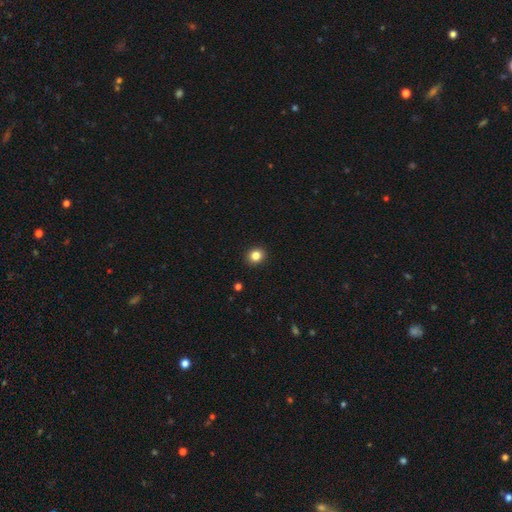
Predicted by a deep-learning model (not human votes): Overall: smooth (84%). How rounded: round (74%). Merging: none (92%).